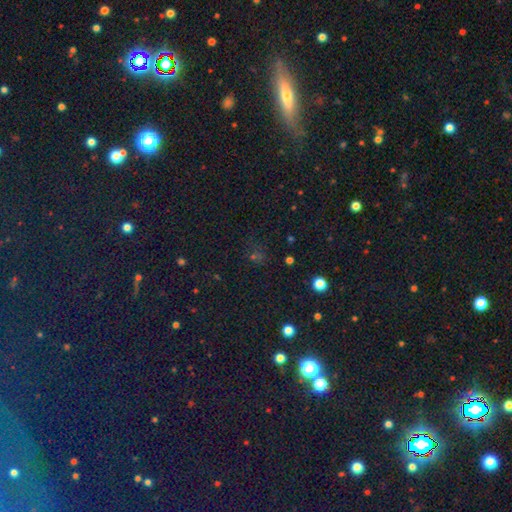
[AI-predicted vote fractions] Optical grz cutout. It shows a star or artifact, not a galaxy (60%).